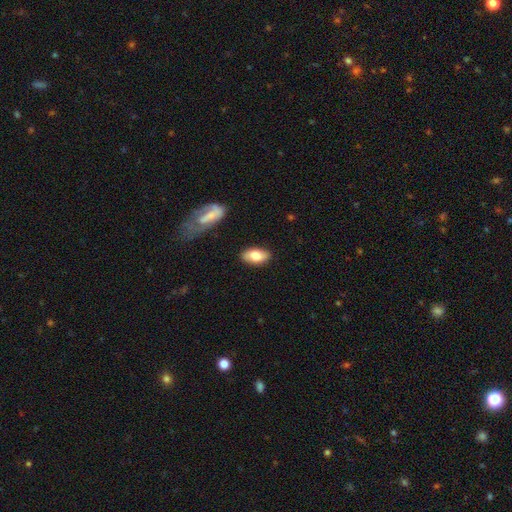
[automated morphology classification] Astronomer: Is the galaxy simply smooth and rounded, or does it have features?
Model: smooth — 75%.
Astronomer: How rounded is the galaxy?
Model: in between — 91%.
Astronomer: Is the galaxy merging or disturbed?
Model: none — 86%.